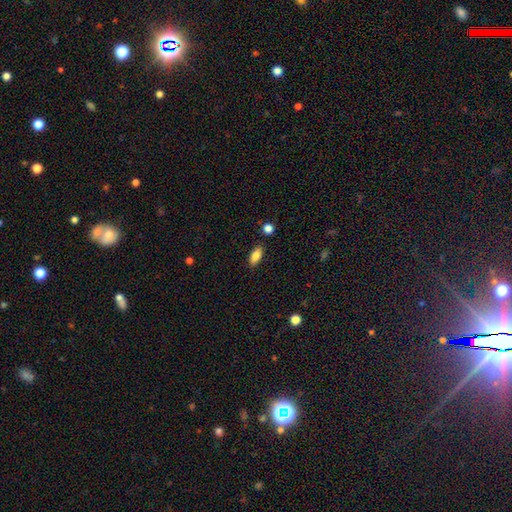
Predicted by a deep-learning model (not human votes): A smooth galaxy with no disk features (85%) that is in between round and cigar-shaped (85%). Merging: none (86%).